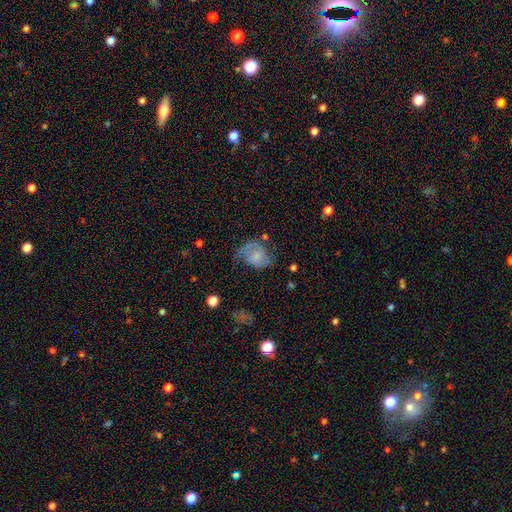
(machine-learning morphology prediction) Q: Smooth or featured?
A: featured or disk (54%); runner-up: smooth (36%)
Q: Edge-on disk?
A: no (97%); runner-up: yes (3%)
Q: Bar?
A: no (62%); runner-up: weak (32%)
Q: Spiral arms?
A: yes (82%); runner-up: no (18%)
Q: Bulge size?
A: none (33%); runner-up: small (27%)
Q: Merging?
A: none (43%); runner-up: minor disturbance (28%)